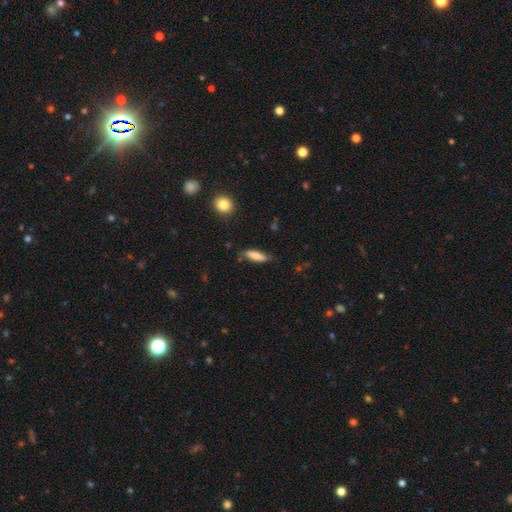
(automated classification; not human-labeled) This appears to be a smooth galaxy with no disk features (79%) that is in between round and cigar-shaped (52%). Merging: none (74%).